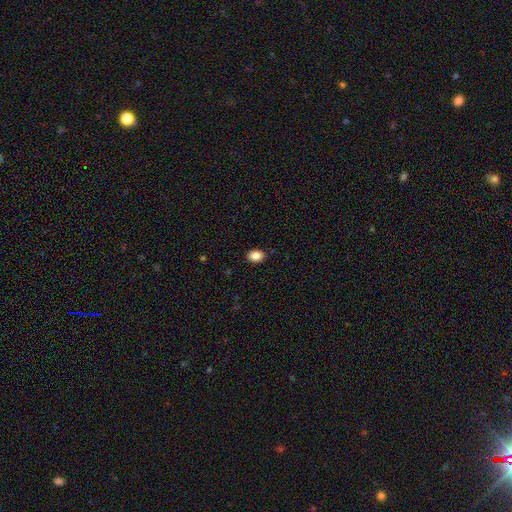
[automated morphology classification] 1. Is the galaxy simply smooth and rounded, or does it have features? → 88% smooth, 9% star or artifact, 4% featured or disk.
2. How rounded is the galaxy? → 74% in between, 25% round, 1% cigar-shaped.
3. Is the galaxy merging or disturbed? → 88% none, 9% minor disturbance, 2% major disturbance, 1% merger.